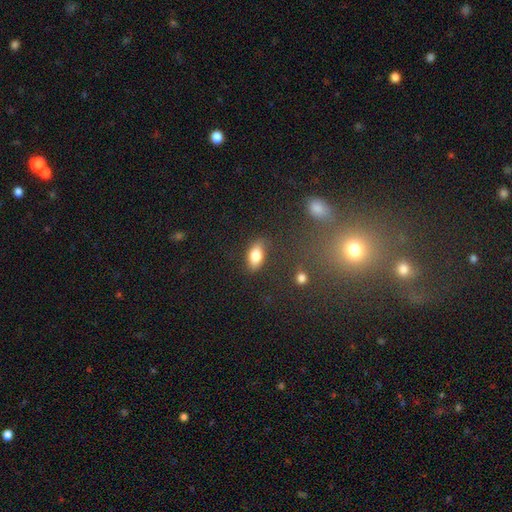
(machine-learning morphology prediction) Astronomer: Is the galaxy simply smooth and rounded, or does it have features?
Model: smooth — 81%.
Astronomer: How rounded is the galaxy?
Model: in between — 87%.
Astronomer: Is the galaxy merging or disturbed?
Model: none — 81%.